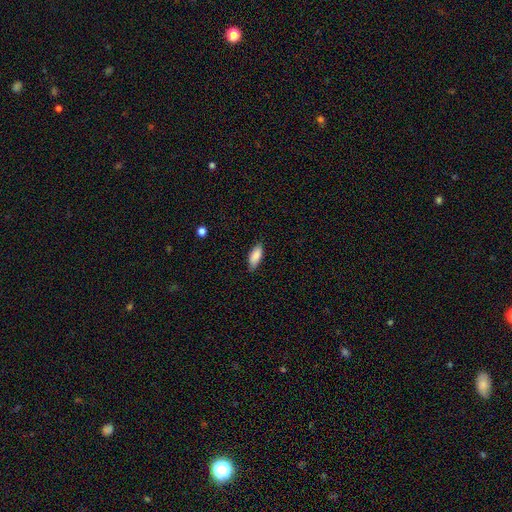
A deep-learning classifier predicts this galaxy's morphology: A smooth galaxy with no disk features (88%) that is in between round and cigar-shaped (76%).

Vote fractions:
- Smooth or featured? smooth: 88% / featured or disk: 6% / star or artifact: 6%
- How rounded? in between: 76% / cigar-shaped: 22% / round: 2%
- Merging? none: 82% / minor disturbance: 14% / major disturbance: 2% / merger: 1%